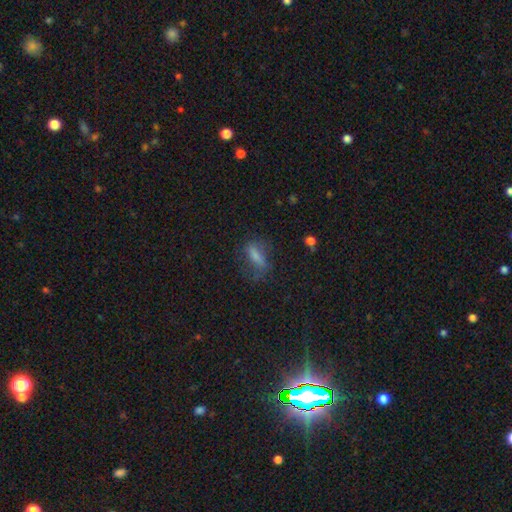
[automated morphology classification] Q: Smooth or featured?
A: smooth (52%); runner-up: featured or disk (26%)
Q: How rounded?
A: in between (55%); runner-up: cigar-shaped (37%)
Q: Merging?
A: none (63%); runner-up: minor disturbance (21%)